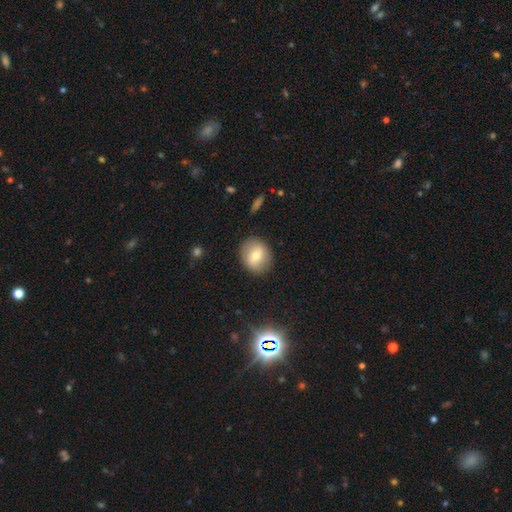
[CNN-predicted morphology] Smooth or featured: smooth — 68% (featured or disk — 23%)
How rounded: round — 72% (in between — 27%)
Merging: none — 86% (minor disturbance — 9%)